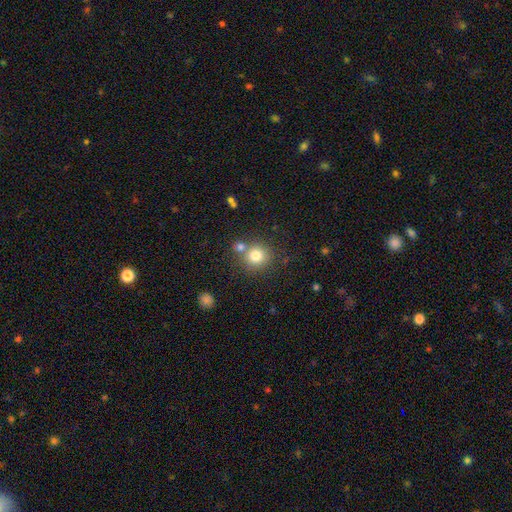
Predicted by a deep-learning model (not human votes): Smooth or featured? Predicted: smooth (p=0.79). How rounded? Predicted: round (p=0.90). Merging? Predicted: none (p=0.68).